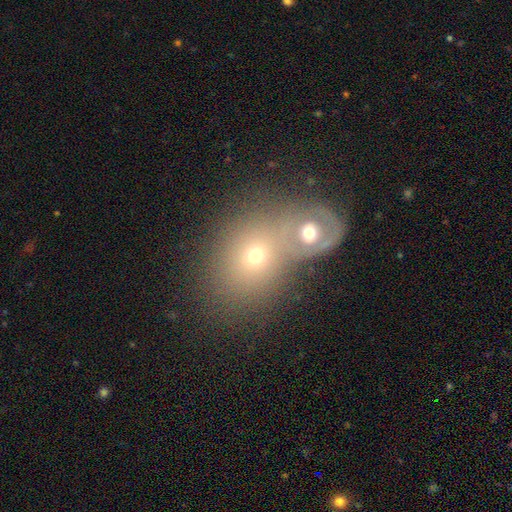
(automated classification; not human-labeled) Smooth or featured: smooth — 60% (featured or disk — 25%)
How rounded: round — 50% (in between — 49%)
Merging: merger — 59% (none — 29%)